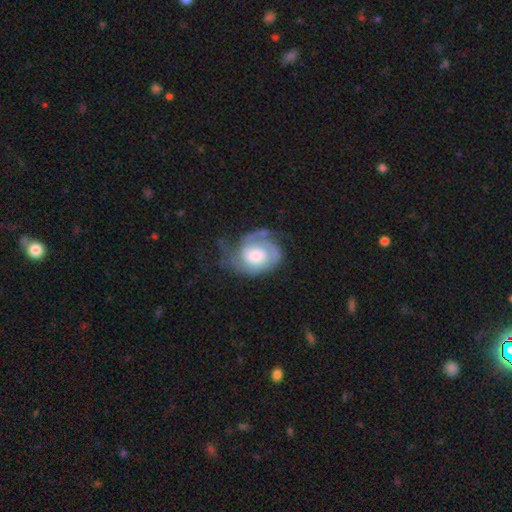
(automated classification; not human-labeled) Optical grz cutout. It shows a featured or disk galaxy (76%) with no bar (69%), 2 (48%) tight (53%) spiral arms (92%) and a moderate central bulge (47%). Merging: none (47%).